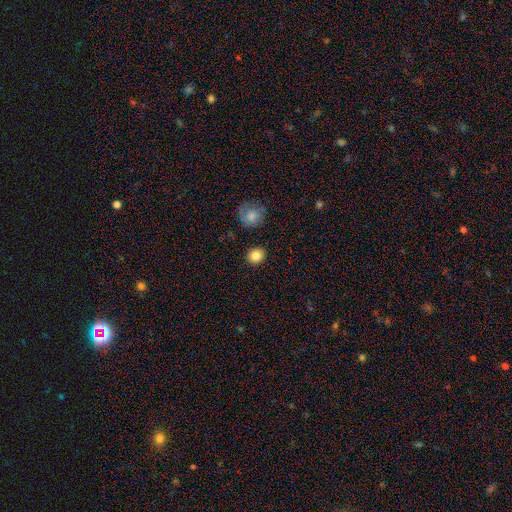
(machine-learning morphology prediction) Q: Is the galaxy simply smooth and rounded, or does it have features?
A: smooth — 84%.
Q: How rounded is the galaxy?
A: round — 78%.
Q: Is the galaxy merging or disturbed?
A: none — 89%.